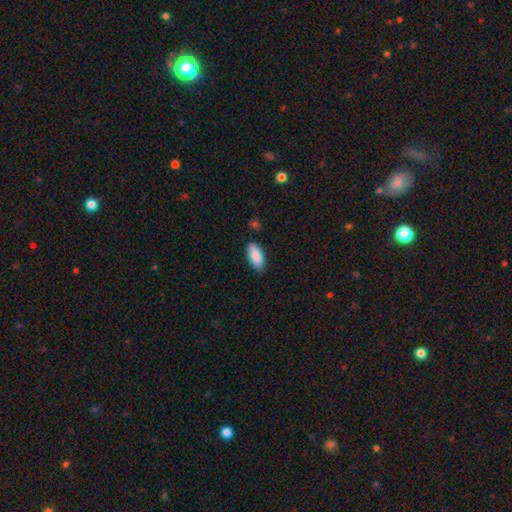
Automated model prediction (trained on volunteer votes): This is clearly a smooth galaxy (87%). How rounded: clearly in between (87%). Merging: clearly none (82%).